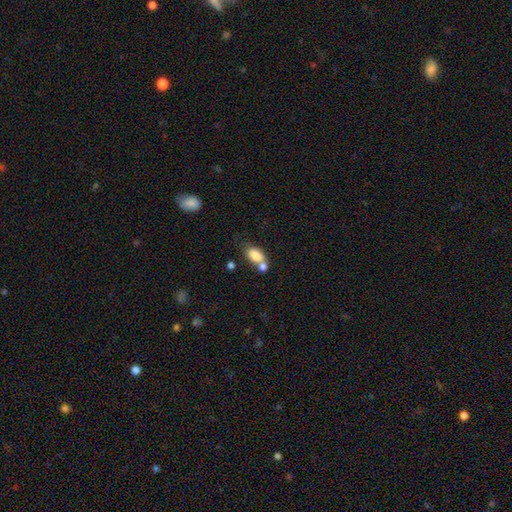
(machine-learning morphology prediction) A smooth galaxy with no disk features (82%) that is in between round and cigar-shaped (88%).

Vote fractions:
- Smooth or featured? smooth: 82% / featured or disk: 10% / star or artifact: 8%
- How rounded? in between: 88% / round: 9% / cigar-shaped: 3%
- Merging? merger: 45% / none: 36% / minor disturbance: 13% / major disturbance: 6%